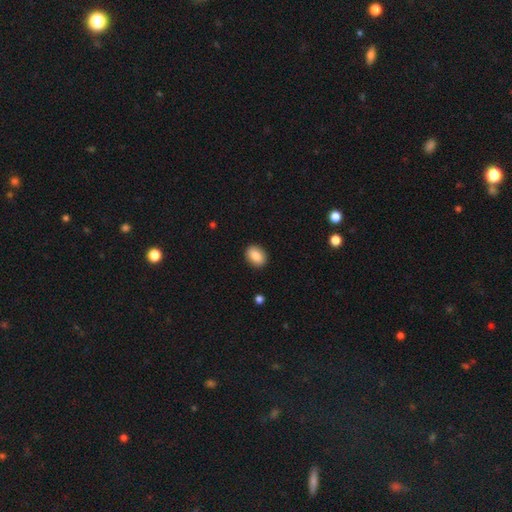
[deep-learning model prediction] The model was most divided on "how rounded": in between: 71%, round: 28%, cigar-shaped: 1%. More confident: merging — none (90%); smooth or featured — smooth (86%).